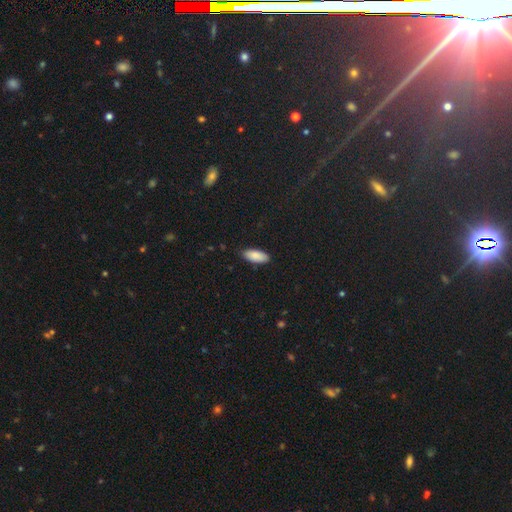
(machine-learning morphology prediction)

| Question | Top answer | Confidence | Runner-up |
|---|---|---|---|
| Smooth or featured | smooth | 89% | star or artifact (6%) |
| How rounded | in between | 84% | cigar-shaped (14%) |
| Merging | none | 84% | minor disturbance (13%) |